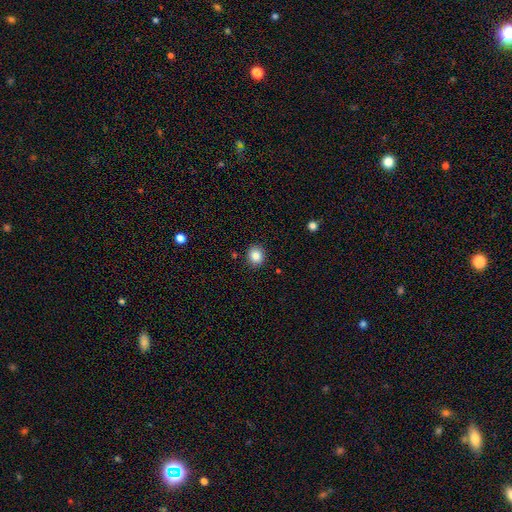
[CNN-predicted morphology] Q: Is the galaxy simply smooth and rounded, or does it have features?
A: smooth — 85%.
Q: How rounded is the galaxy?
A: round — 78%.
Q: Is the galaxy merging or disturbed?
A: none — 90%.